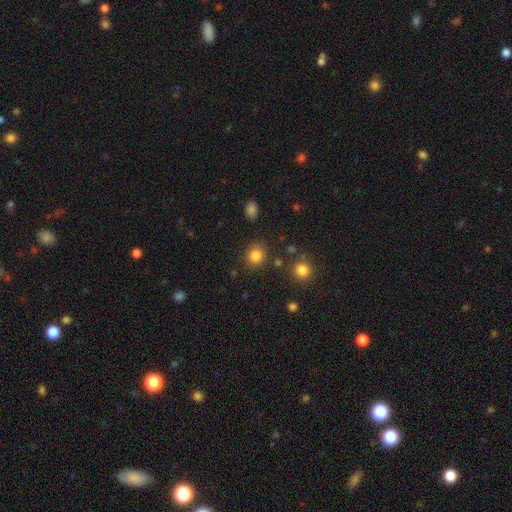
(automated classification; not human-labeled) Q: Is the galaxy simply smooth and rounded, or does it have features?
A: smooth — 83%.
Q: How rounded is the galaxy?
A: round — 79%.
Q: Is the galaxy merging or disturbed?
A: none — 85%.